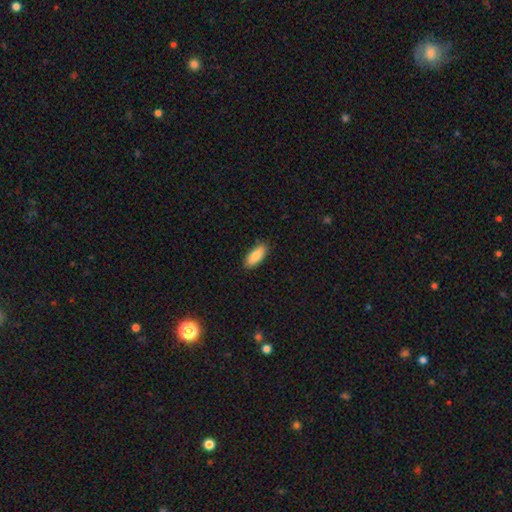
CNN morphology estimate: Smooth or featured?
  - smooth: 84% *
  - featured or disk: 10%
  - star or artifact: 6%
How rounded?
  - in between: 81% *
  - cigar-shaped: 17%
  - round: 2%
Merging?
  - none: 88% *
  - minor disturbance: 10%
  - major disturbance: 2%
  - merger: 1%